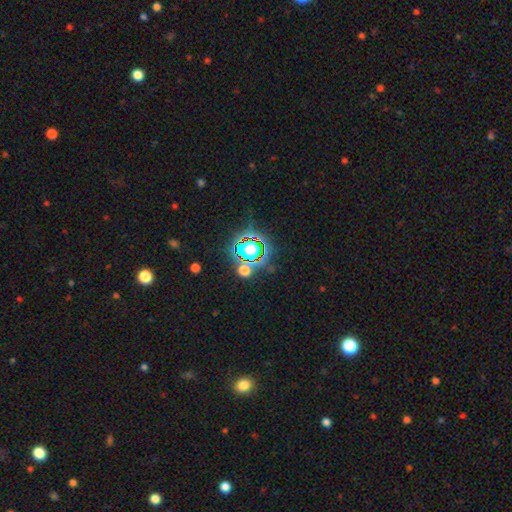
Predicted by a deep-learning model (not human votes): Q: Smooth or featured?
A: star or artifact (77%); runner-up: smooth (14%)